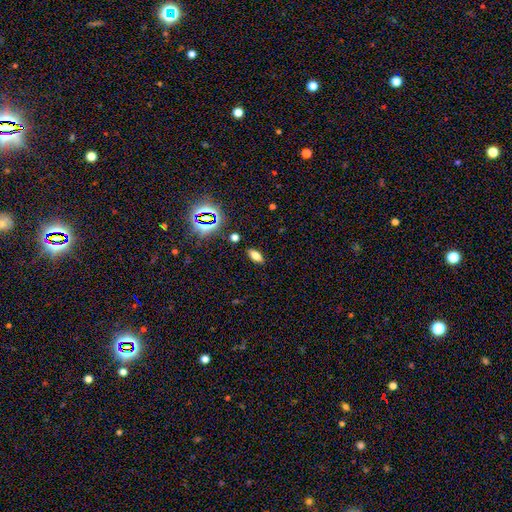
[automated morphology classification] Smooth or featured?
  - smooth: 69% *
  - star or artifact: 19%
  - featured or disk: 11%
How rounded?
  - in between: 81% *
  - cigar-shaped: 14%
  - round: 5%
Merging?
  - none: 87% *
  - minor disturbance: 8%
  - major disturbance: 3%
  - merger: 2%